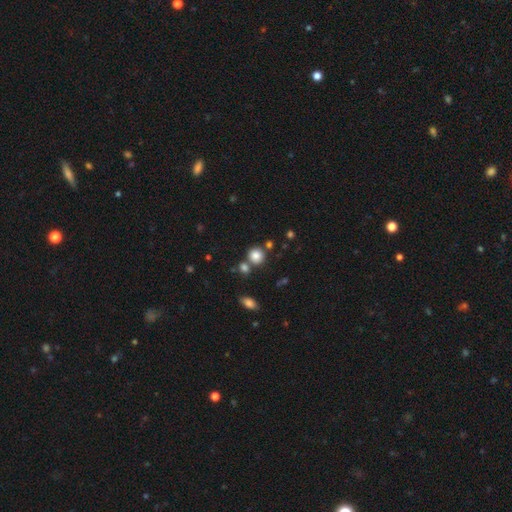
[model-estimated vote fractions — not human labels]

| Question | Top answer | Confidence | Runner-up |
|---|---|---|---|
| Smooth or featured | smooth | 83% | star or artifact (11%) |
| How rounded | round | 87% | in between (12%) |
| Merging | none | 71% | merger (17%) |